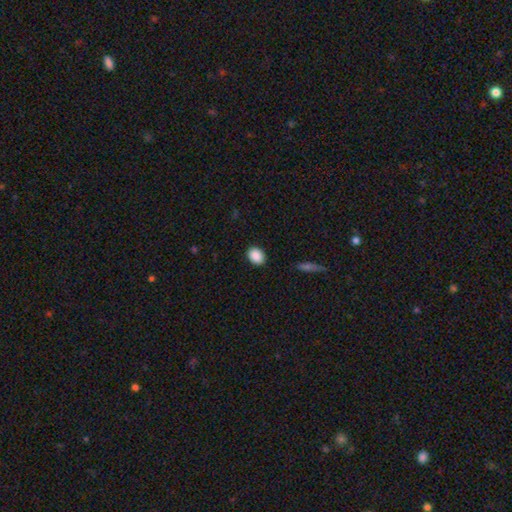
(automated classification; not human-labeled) smooth 89%, star or artifact 8%, featured or disk 3%. Down the decision tree: how rounded — in between (63%); merging — none (89%).